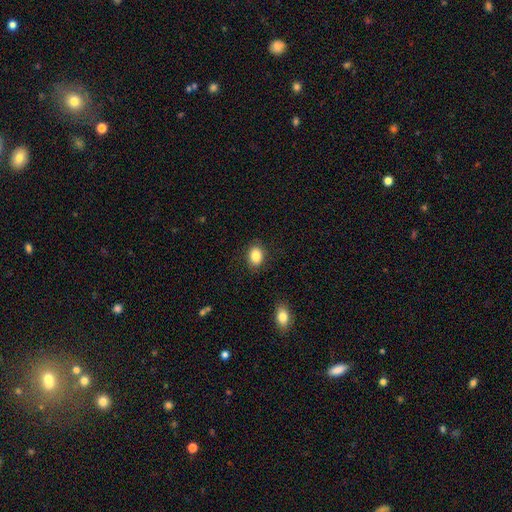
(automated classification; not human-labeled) Morphology: type=smooth (86%); roundness=in between (63%); merging=none (87%).